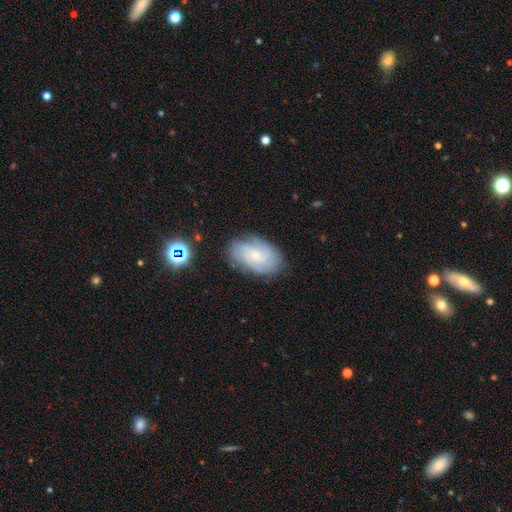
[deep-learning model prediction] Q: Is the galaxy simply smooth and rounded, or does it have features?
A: featured or disk — 67%.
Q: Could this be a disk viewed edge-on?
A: no — 96%.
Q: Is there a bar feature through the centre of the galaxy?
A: no — 73%.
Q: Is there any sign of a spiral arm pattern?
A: yes — 91%.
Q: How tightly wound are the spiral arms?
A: tight — 59%.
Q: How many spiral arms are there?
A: can't tell — 42%.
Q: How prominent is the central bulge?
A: small — 75%.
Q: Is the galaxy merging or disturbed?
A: none — 76%.